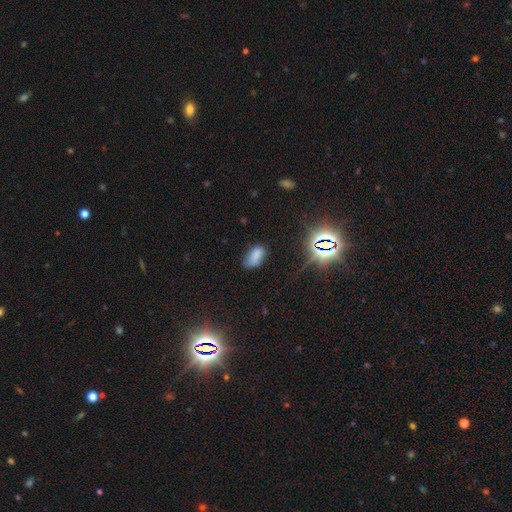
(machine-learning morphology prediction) type=smooth (72%); roundness=in between (93%); merging=none (63%).